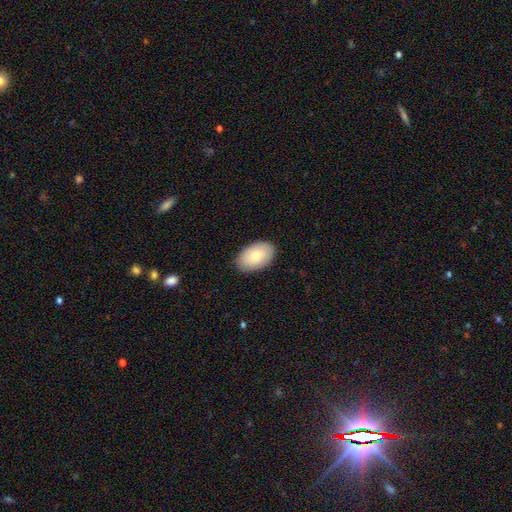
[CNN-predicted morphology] Q: Smooth or featured?
A: smooth (78%); runner-up: featured or disk (17%)
Q: How rounded?
A: in between (93%); runner-up: round (6%)
Q: Merging?
A: none (87%); runner-up: minor disturbance (10%)